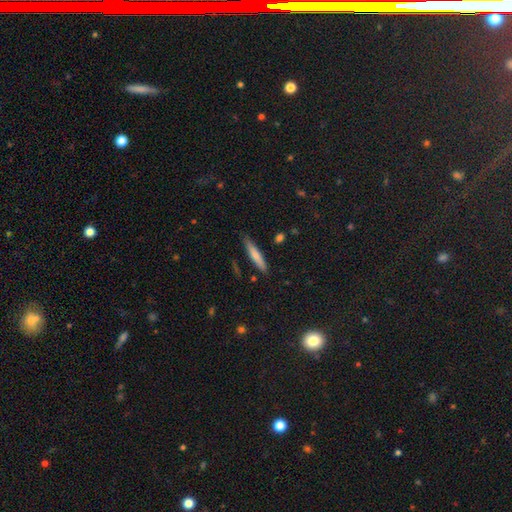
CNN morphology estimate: Smooth or featured? smooth (69%)
How rounded? cigar-shaped (89%)
Merging? none (83%)